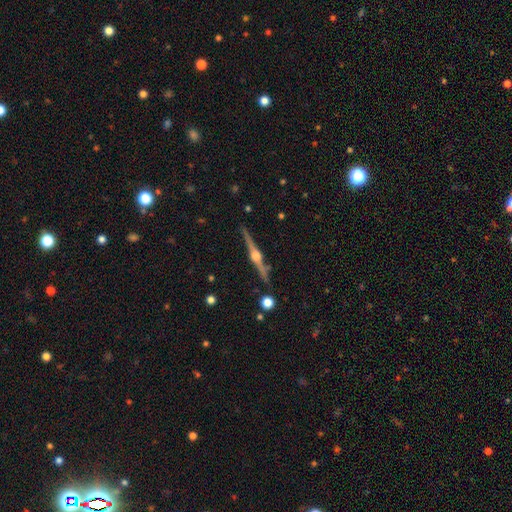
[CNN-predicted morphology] A featured or disk galaxy (87%) viewed edge-on (98%) with a rounded central bulge (93%).

Vote fractions:
- Smooth or featured? featured or disk: 87% / smooth: 8% / star or artifact: 6%
- Edge-on disk? yes: 98% / no: 2%
- Edge-on bulge? rounded: 93% / boxy: 4% / none: 2%
- Merging? none: 89% / minor disturbance: 7% / merger: 2% / major disturbance: 2%